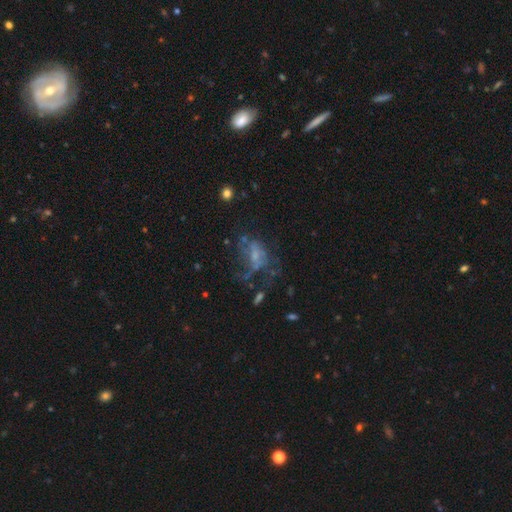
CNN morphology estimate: Smooth or featured? Predicted: featured or disk (p=0.59). Edge-on disk? Predicted: no (p=0.97). Bar? Predicted: no (p=0.65). Spiral arms? Predicted: no (p=0.54). Bulge size? Predicted: small (p=0.44). Merging? Predicted: major disturbance (p=0.44).